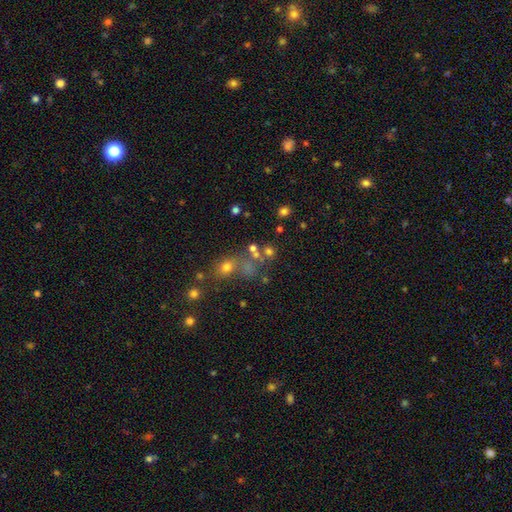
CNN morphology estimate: type=star or artifact (41%).